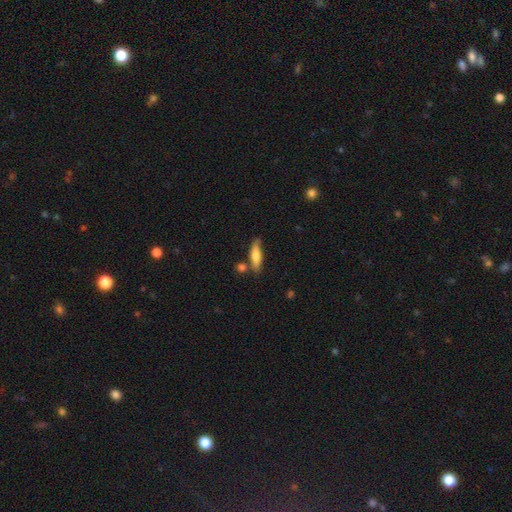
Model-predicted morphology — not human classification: Smooth or featured? Predicted: smooth (p=0.69). How rounded? Predicted: cigar-shaped (p=0.64). Merging? Predicted: none (p=0.67).